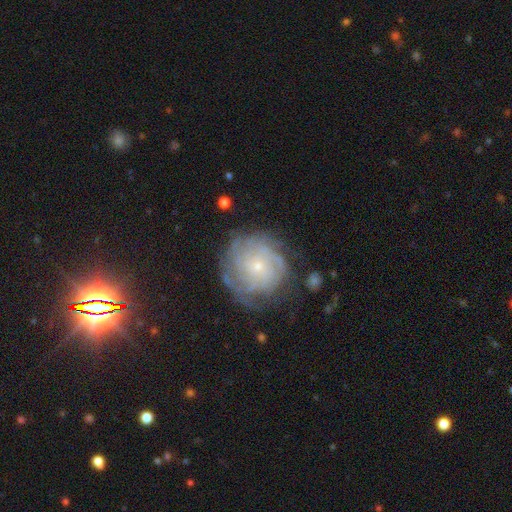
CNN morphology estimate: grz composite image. It shows a featured or disk galaxy (61%) with no bar (78%), tight (72%) spiral arms (85%) and a small central bulge (72%). Merging: none (75%).